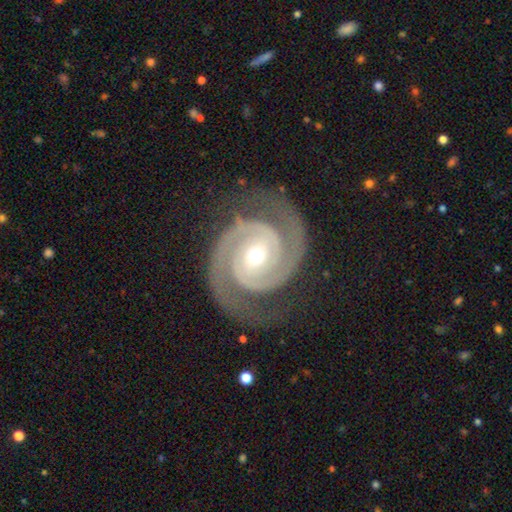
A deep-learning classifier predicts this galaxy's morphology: Smooth or featured?
  - featured or disk: 94% *
  - star or artifact: 4%
  - smooth: 2%
Edge-on disk?
  - no: 98% *
  - yes: 2%
Bar?
  - no: 59% *
  - weak: 26%
  - strong: 16%
Spiral arms?
  - yes: 99% *
  - no: 1%
Spiral winding?
  - tight: 71% *
  - medium: 26%
  - loose: 3%
Spiral arm count?
  - 2: 93% *
  - 3: 2%
  - can't tell: 1%
  - 1: 1%
  - 4: 1%
  - more than 4: 1%
Bulge size?
  - small: 50% *
  - moderate: 47%
  - large: 1%
  - none: 1%
  - dominant: 1%
Merging?
  - none: 83% *
  - minor disturbance: 12%
  - major disturbance: 4%
  - merger: 1%